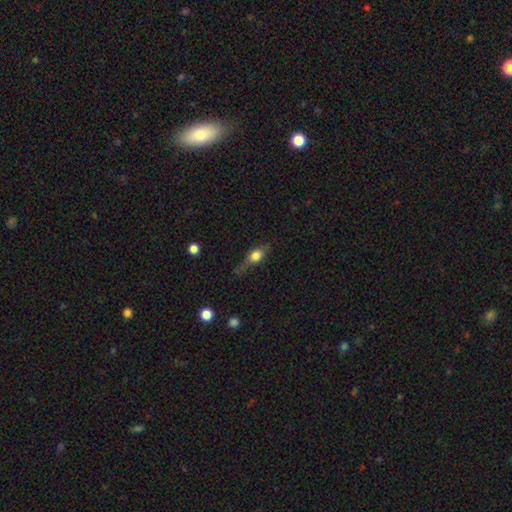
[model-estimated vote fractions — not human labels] Smooth or featured? Predicted: smooth (p=0.60). How rounded? Predicted: in between (p=0.54). Merging? Predicted: none (p=0.55).